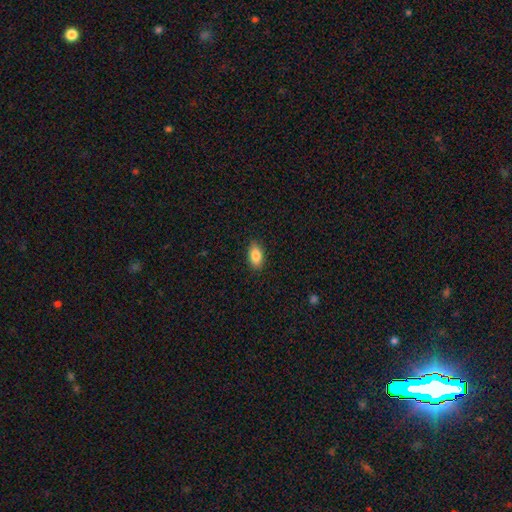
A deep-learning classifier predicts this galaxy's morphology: Smooth or featured: smooth — 85% (featured or disk — 8%)
How rounded: in between — 91% (round — 6%)
Merging: none — 88% (minor disturbance — 9%)